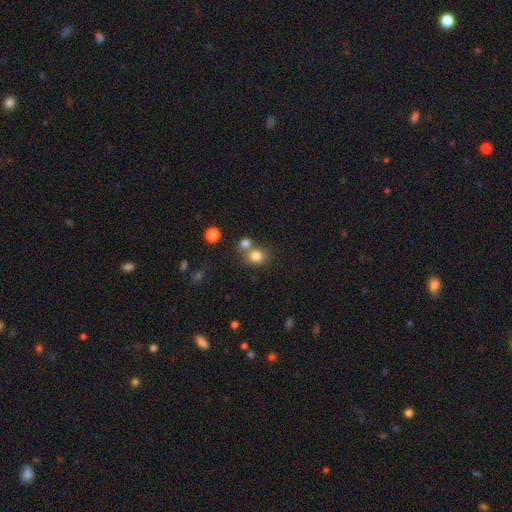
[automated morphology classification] smooth_or_featured: smooth (p=0.80) [alt: star or artifact p=0.12]
how_rounded: round (p=0.74) [alt: in between p=0.25]
merging: none (p=0.53) [alt: merger p=0.34]